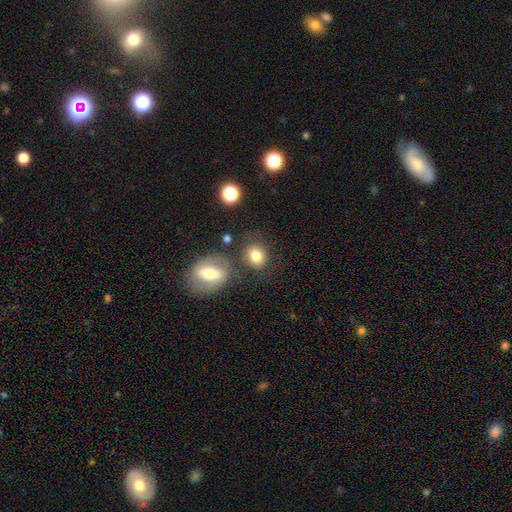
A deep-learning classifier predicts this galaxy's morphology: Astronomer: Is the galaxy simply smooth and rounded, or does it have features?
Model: smooth — 79%.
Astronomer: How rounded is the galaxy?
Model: round — 64%.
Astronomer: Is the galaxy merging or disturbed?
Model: none — 68%.